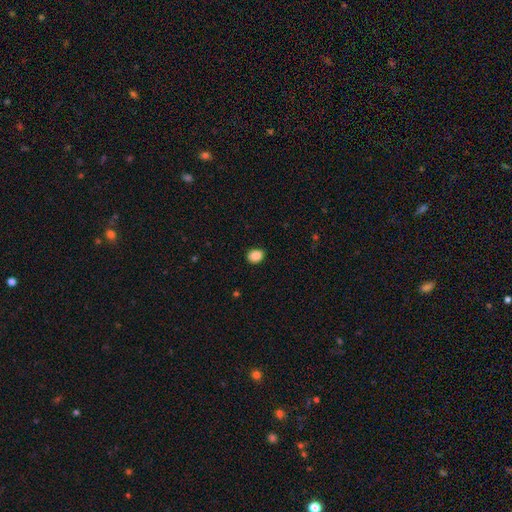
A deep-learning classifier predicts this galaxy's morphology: type=smooth (88%); roundness=round (51%); merging=none (87%).